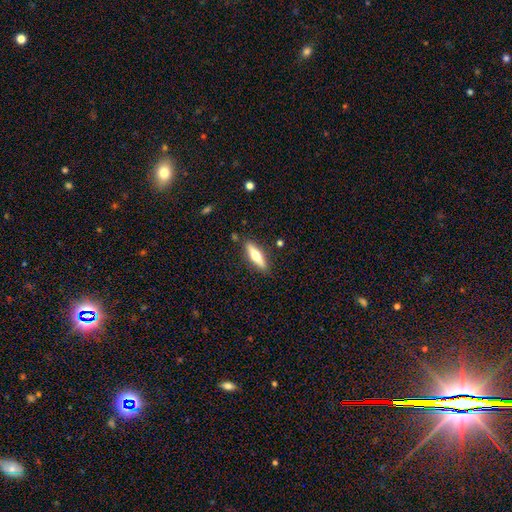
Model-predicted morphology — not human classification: This appears to be a smooth galaxy with no disk features (49%). Merging: none (87%).